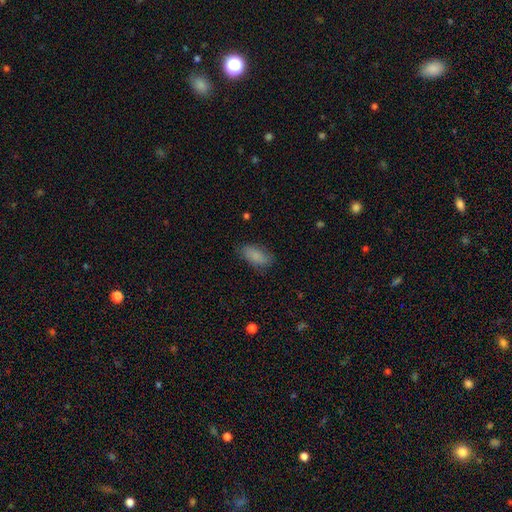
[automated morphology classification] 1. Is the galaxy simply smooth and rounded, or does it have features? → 85% smooth, 8% featured or disk, 7% star or artifact.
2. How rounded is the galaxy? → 91% in between, 6% cigar-shaped, 3% round.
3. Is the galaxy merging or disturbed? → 78% none, 17% minor disturbance, 4% major disturbance, 1% merger.